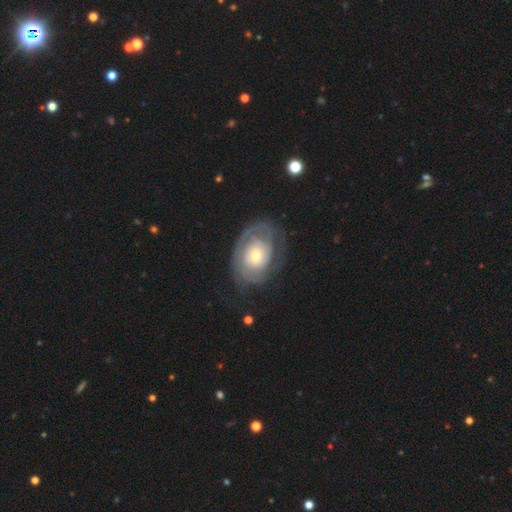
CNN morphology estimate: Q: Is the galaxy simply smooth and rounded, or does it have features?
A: featured or disk — 75%.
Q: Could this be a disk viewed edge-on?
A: no — 96%.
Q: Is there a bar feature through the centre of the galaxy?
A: no — 81%.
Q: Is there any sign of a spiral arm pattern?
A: yes — 82%.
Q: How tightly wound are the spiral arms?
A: tight — 69%.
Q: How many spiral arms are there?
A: can't tell — 42%.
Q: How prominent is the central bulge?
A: moderate — 49%.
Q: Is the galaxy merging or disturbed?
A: none — 65%.